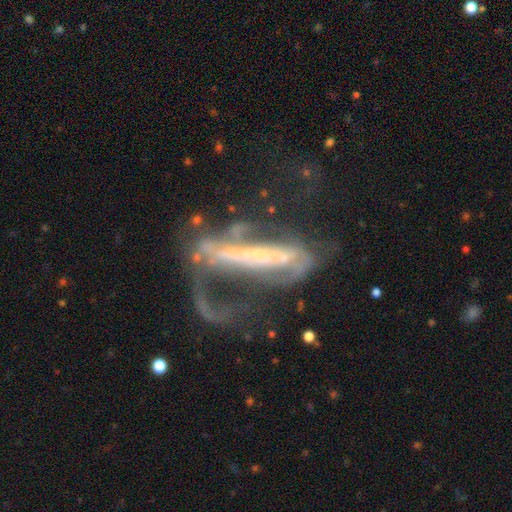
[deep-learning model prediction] Smooth or featured?
  - featured or disk: 73% *
  - smooth: 17%
  - star or artifact: 10%
Edge-on disk?
  - no: 64% *
  - yes: 36%
Merging?
  - major disturbance: 52% *
  - none: 25%
  - minor disturbance: 13%
  - merger: 10%